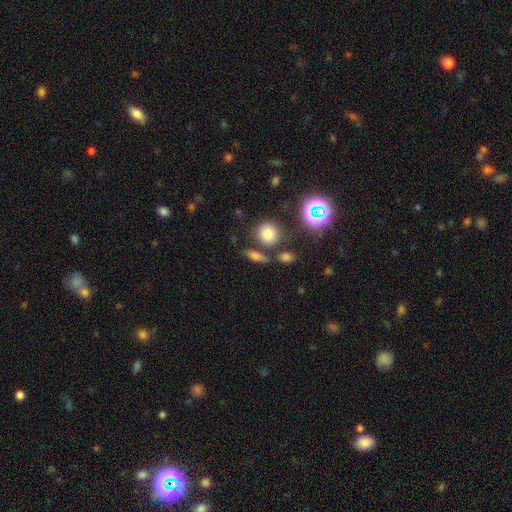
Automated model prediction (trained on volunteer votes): This is likely a smooth galaxy (64%). How rounded: marginally in between (40%). Merging: likely none (69%).